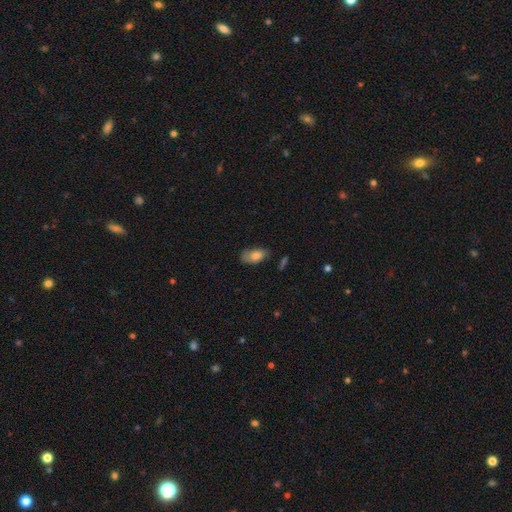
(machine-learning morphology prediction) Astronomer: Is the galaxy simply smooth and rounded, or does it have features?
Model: smooth — 74%.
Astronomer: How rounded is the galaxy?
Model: in between — 92%.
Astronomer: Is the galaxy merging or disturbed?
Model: none — 62%.